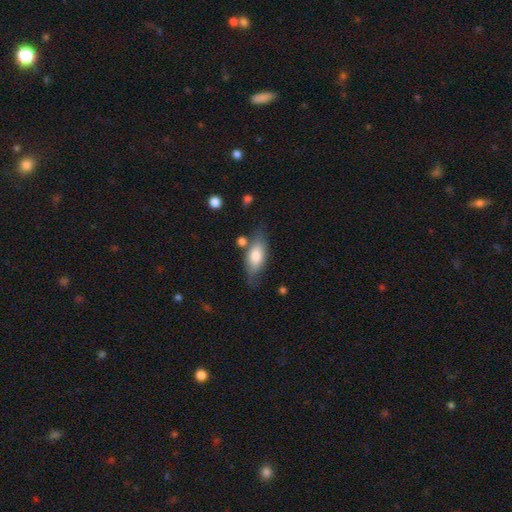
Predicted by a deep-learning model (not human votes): Smooth or featured? smooth (74%)
How rounded? in between (80%)
Merging? none (68%)